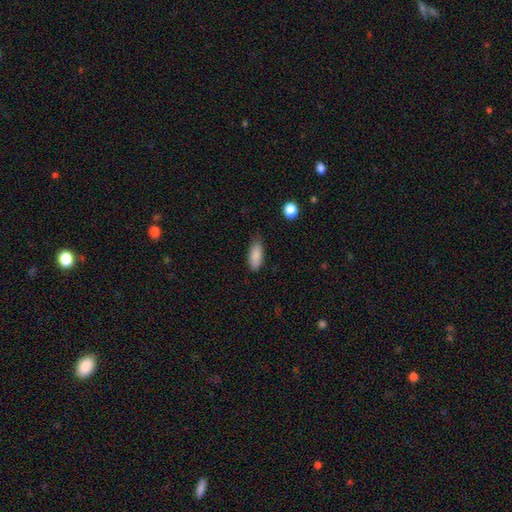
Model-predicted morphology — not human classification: A smooth galaxy with no disk features (88%) that is in between round and cigar-shaped (83%).

Vote fractions:
- Smooth or featured? smooth: 88% / star or artifact: 7% / featured or disk: 5%
- How rounded? in between: 83% / cigar-shaped: 15% / round: 2%
- Merging? none: 71% / minor disturbance: 23% / major disturbance: 4% / merger: 2%